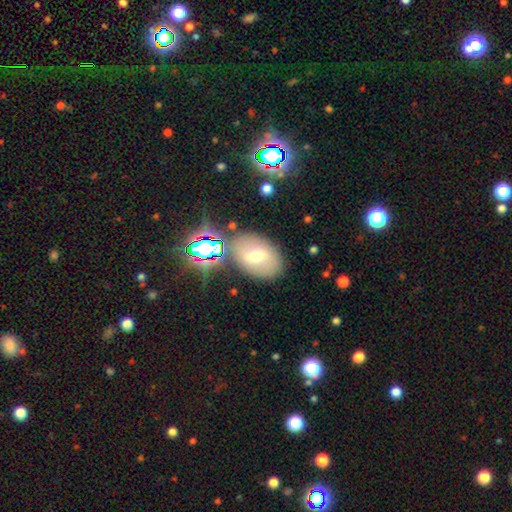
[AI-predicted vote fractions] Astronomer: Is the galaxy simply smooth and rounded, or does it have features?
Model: smooth — 50% (runner-up: featured or disk, 33%).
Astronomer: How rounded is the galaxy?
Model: in between — 79%.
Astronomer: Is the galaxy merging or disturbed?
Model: none — 77%.